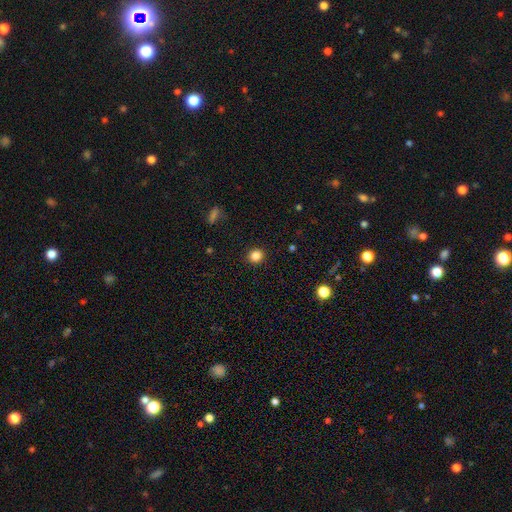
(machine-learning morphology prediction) Smooth or featured: smooth — 84% (star or artifact — 12%)
How rounded: round — 90% (in between — 9%)
Merging: none — 92% (minor disturbance — 5%)